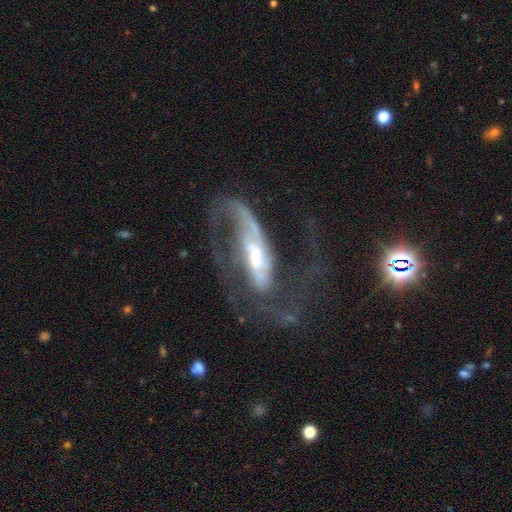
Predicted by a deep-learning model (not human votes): smooth-or-featured: featured or disk: 85% | smooth: 8% | star or artifact: 6%
  disk-edge-on: no: 91% | yes: 9%
    bar: strong: 44% | weak: 31% | no: 25%
    has-spiral-arms: yes: 92% | no: 8%
      spiral-winding: medium: 43% | loose: 41% | tight: 16%
      spiral-arm-count: 2: 68% | 1: 19% | can't tell: 8% | 3: 3% | 4: 1% | more than 4: 1%
    bulge-size: small: 47% | moderate: 45% | large: 5% | none: 2% | dominant: 1%
  merging: none: 43% | major disturbance: 37% | minor disturbance: 15% | merger: 4%